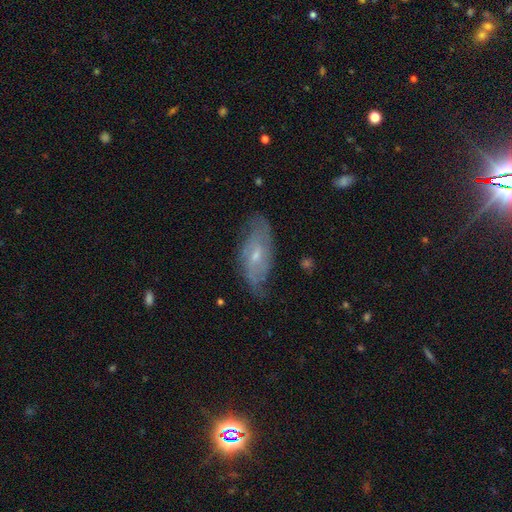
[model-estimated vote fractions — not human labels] Morphology: type=featured or disk (69%); edge-on=no (87%); bar=no (55%); spiral arms=yes (84%); winding=tight (43%); arm count=2 (43%); bulge=small (61%); merging=none (70%).